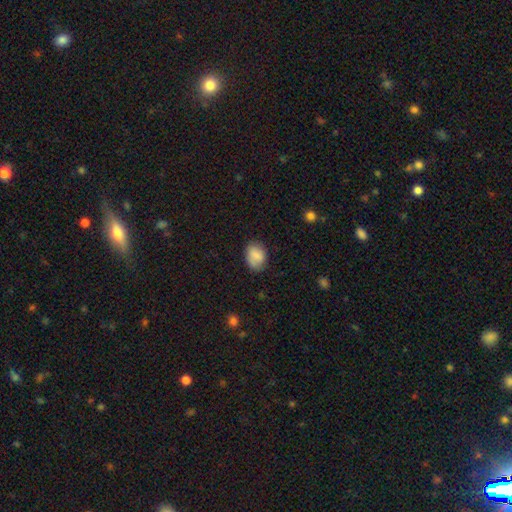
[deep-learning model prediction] Overall: smooth (83%). How rounded: in between (69%; round 30%). Merging: none (73%).